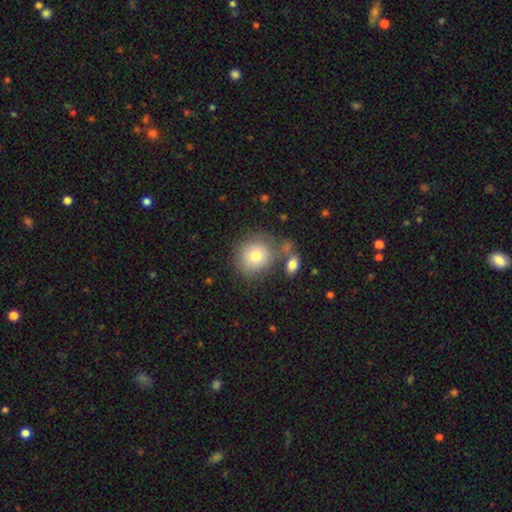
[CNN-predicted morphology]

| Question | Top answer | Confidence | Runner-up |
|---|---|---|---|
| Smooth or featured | smooth | 77% | featured or disk (14%) |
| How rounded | round | 87% | in between (12%) |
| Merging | none | 65% | merger (15%) |